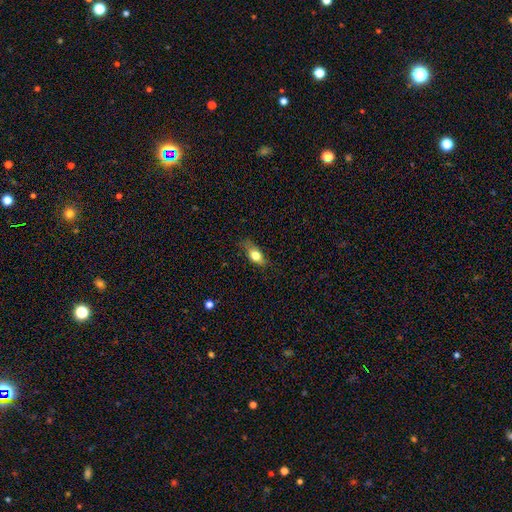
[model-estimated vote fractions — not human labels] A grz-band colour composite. It shows a smooth galaxy with no disk features (73%) that is in between round and cigar-shaped (77%). Merging: none (72%).